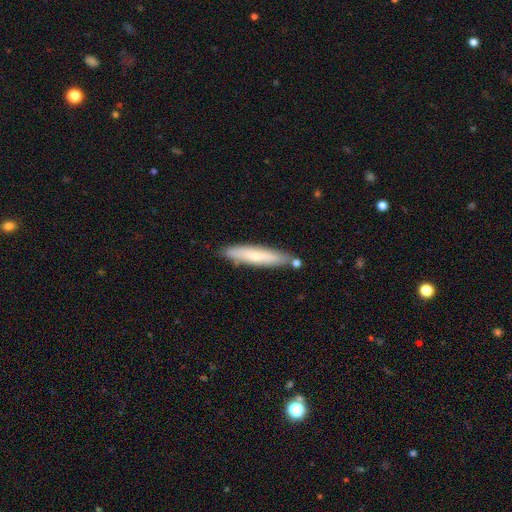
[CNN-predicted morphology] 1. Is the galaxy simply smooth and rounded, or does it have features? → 64% smooth, 30% featured or disk, 6% star or artifact.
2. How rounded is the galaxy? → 87% cigar-shaped, 12% in between, 1% round.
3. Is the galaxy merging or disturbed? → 80% none, 13% minor disturbance, 6% merger, 2% major disturbance.